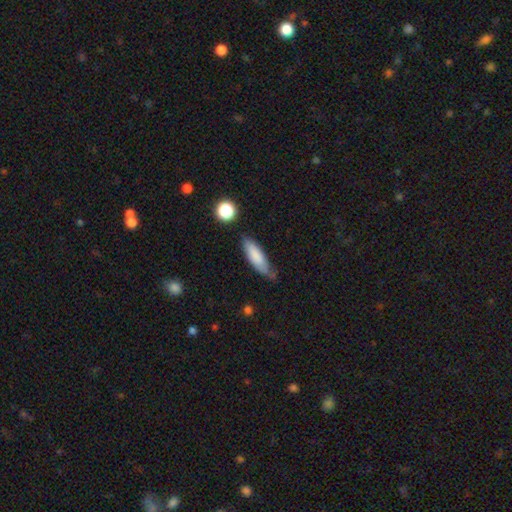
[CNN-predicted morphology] Smooth or featured?
  - smooth: 81% *
  - featured or disk: 13%
  - star or artifact: 7%
How rounded?
  - in between: 52% *
  - cigar-shaped: 46%
  - round: 2%
Merging?
  - none: 66% *
  - minor disturbance: 24%
  - major disturbance: 5%
  - merger: 4%